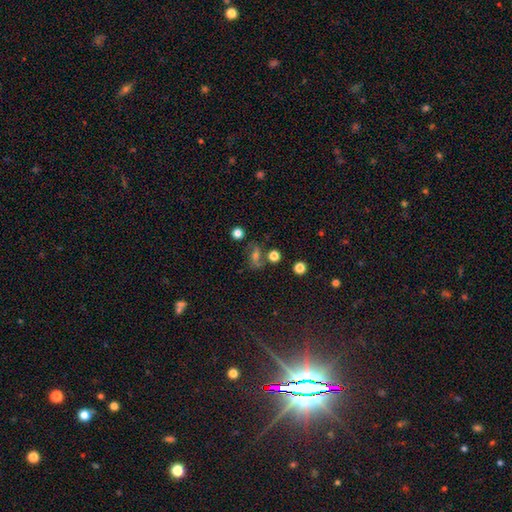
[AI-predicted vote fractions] Smooth or featured?
  - smooth: 37% * (tied)
  - featured or disk: 37% * (tied)
  - star or artifact: 25%
Merging?
  - none: 59% *
  - minor disturbance: 17%
  - merger: 14%
  - major disturbance: 10%